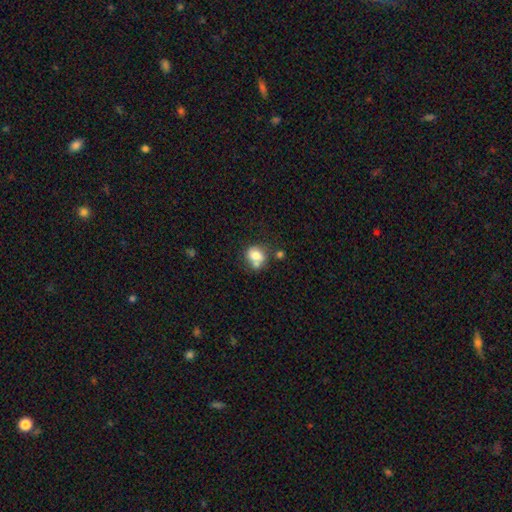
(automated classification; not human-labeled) smooth-or-featured: smooth: 74% | featured or disk: 16% | star or artifact: 10%
  how-rounded: round: 60% | in between: 39% | cigar-shaped: 1%
  merging: none: 44% | merger: 33% | minor disturbance: 16% | major disturbance: 6%